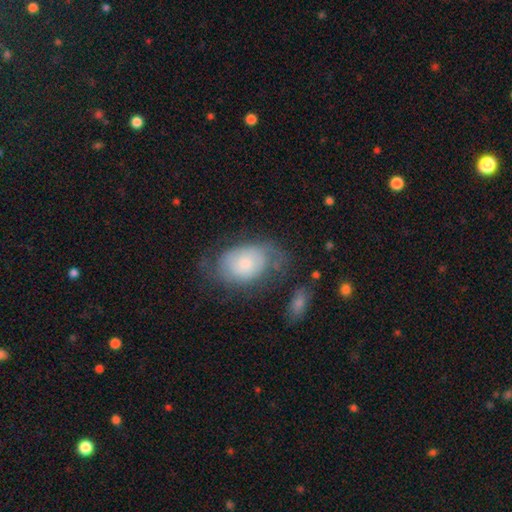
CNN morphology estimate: type=smooth (51%); roundness=in between (83%); merging=none (43%).